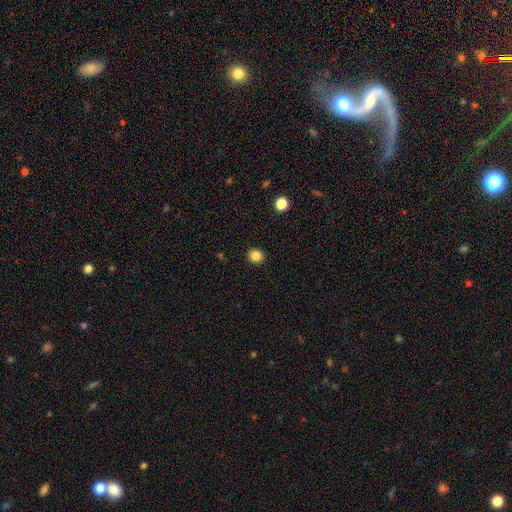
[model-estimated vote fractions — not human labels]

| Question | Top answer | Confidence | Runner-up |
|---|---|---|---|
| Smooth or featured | smooth | 85% | star or artifact (11%) |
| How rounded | round | 77% | in between (22%) |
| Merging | none | 92% | minor disturbance (6%) |